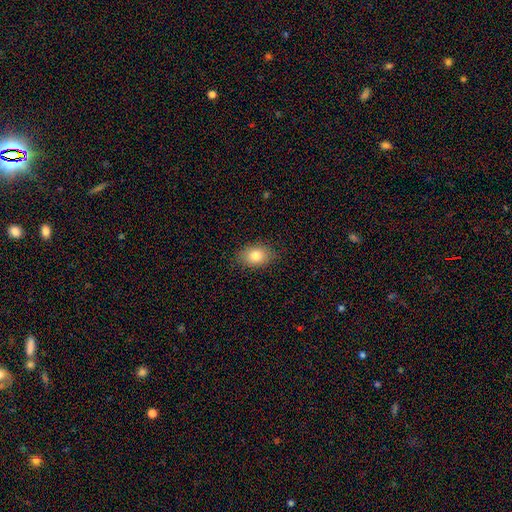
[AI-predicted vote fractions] The model was most divided on "how rounded": in between: 77%, round: 22%, cigar-shaped: 1%. More confident: merging — none (87%); smooth or featured — smooth (81%).